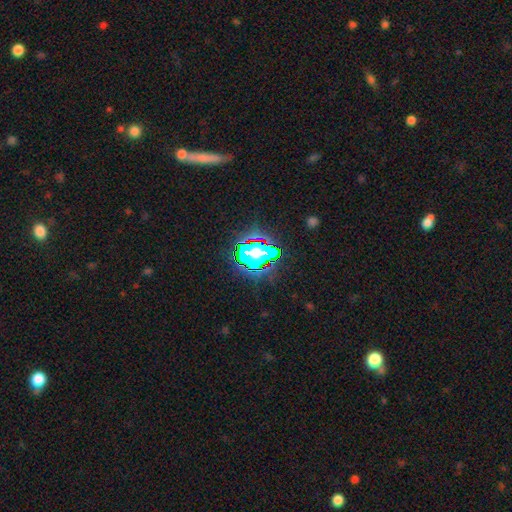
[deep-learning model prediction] smooth_or_featured: star or artifact (p=0.76) [alt: smooth p=0.14]